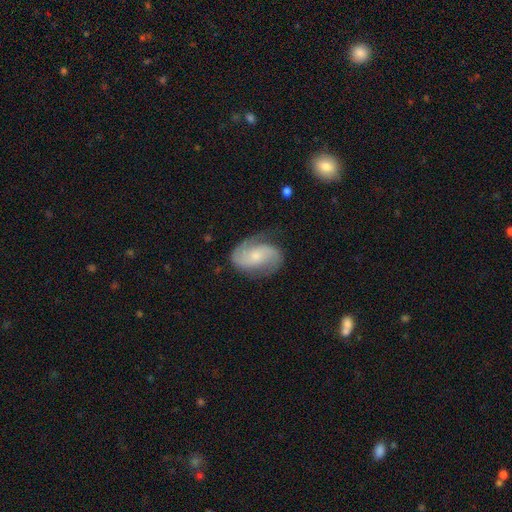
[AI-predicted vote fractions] This appears to be a featured or disk galaxy (82%) with no bar (55%), 2 (88%) medium (48%) spiral arms (96%) and a small central bulge (52%). Merging: none (71%).